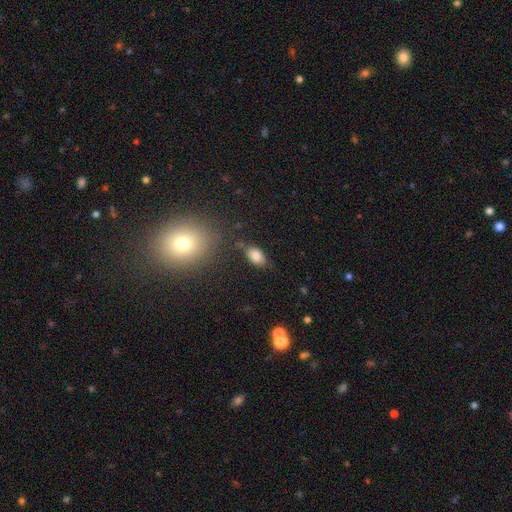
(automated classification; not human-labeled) This appears to be a smooth galaxy with no disk features (81%) that is in between round and cigar-shaped (90%). Merging: none (76%).